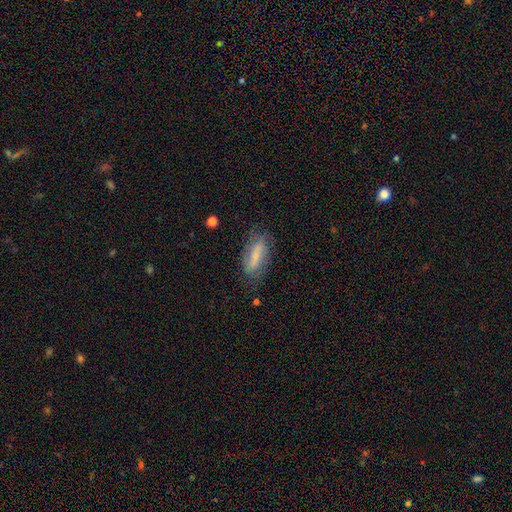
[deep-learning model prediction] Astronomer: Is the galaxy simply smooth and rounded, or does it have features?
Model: smooth — 47% (runner-up: featured or disk, 45%).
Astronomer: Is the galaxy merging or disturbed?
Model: none — 73%.